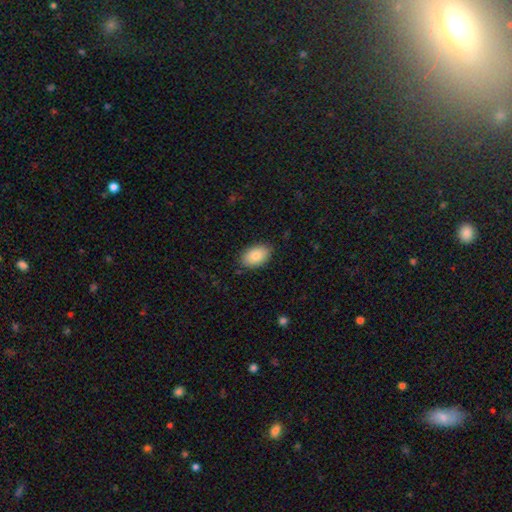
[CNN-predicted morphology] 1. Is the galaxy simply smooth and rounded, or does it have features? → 84% smooth, 9% featured or disk, 7% star or artifact.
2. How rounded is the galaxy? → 91% in between, 8% round, 1% cigar-shaped.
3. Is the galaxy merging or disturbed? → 85% none, 12% minor disturbance, 2% major disturbance, 1% merger.